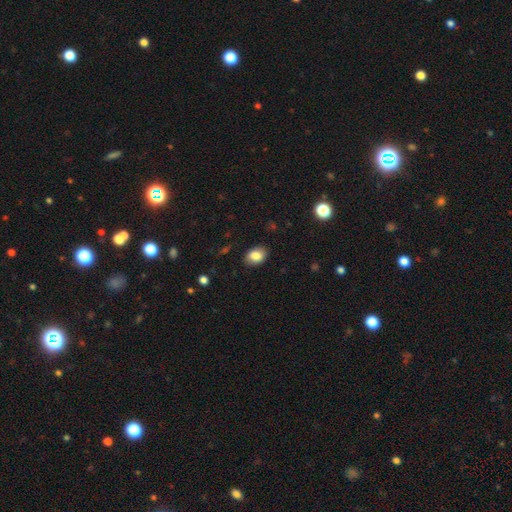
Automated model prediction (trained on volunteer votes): This is clearly a smooth galaxy (84%). How rounded: likely in between (77%). Merging: clearly none (85%).